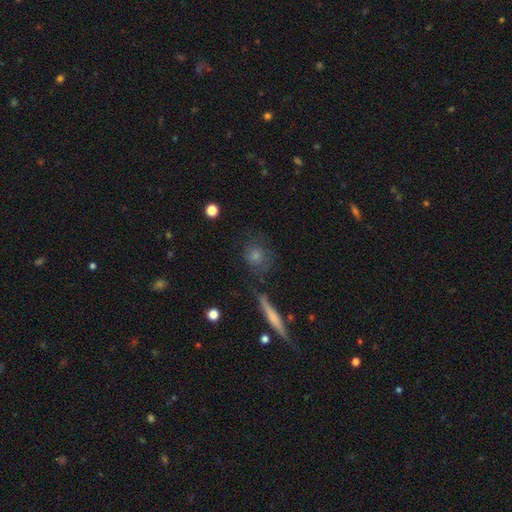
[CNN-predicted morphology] Smooth or featured? Predicted: smooth (p=0.54). How rounded? Predicted: round (p=0.73). Merging? Predicted: none (p=0.77).